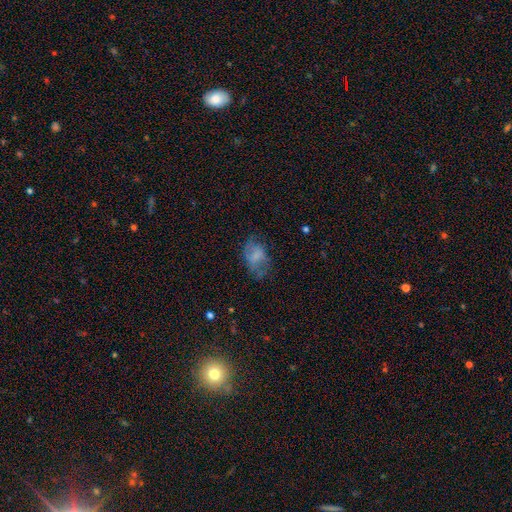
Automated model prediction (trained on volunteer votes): Smooth or featured? smooth (60%)
How rounded? in between (81%)
Merging? none (49%)